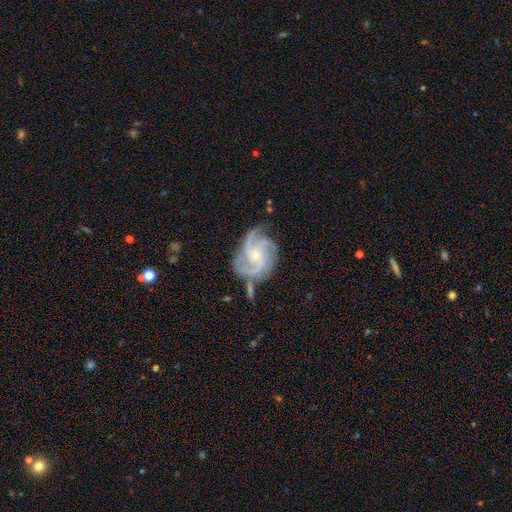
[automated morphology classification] Smooth or featured?
  - featured or disk: 90% *
  - star or artifact: 5%
  - smooth: 5%
Edge-on disk?
  - no: 98% *
  - yes: 2%
Bar?
  - no: 67% *
  - weak: 27%
  - strong: 6%
Spiral arms?
  - yes: 98% *
  - no: 2%
Spiral winding?
  - tight: 47% *
  - medium: 45%
  - loose: 8%
Spiral arm count?
  - 3: 53% *
  - 4: 21%
  - 2: 10%
  - can't tell: 7%
  - more than 4: 4%
  - 1: 4%
Bulge size?
  - small: 71% *
  - moderate: 25%
  - none: 2%
  - large: 1%
  - dominant: 1%
Merging?
  - none: 65% *
  - minor disturbance: 22%
  - major disturbance: 9%
  - merger: 4%